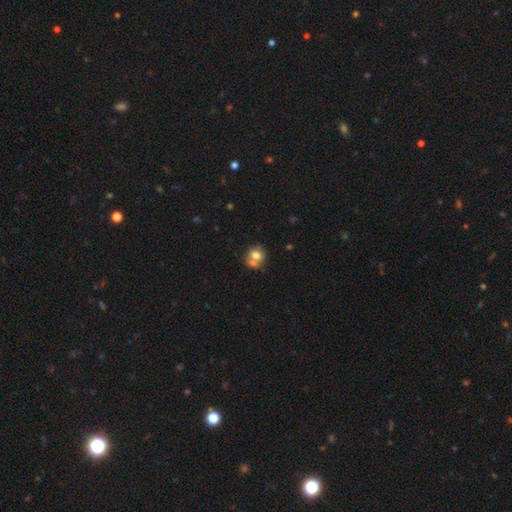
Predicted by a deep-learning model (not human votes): Smooth or featured? Predicted: smooth (p=0.70). How rounded? Predicted: round (p=0.70). Merging? Predicted: merger (p=0.45).